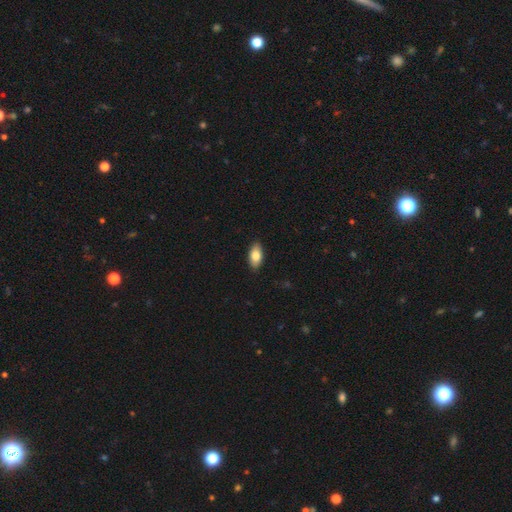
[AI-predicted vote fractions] This is clearly a smooth galaxy (81%). How rounded: clearly in between (91%). Merging: clearly none (90%).